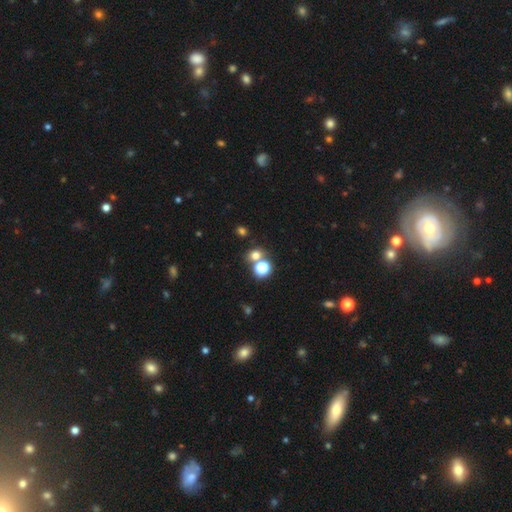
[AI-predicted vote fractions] Smooth or featured? Predicted: smooth (p=0.64). How rounded? Predicted: round (p=0.73). Merging? Predicted: none (p=0.64).